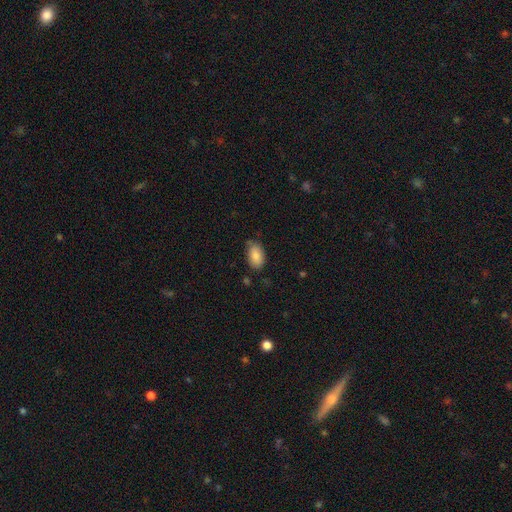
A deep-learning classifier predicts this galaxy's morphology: Smooth or featured? Predicted: smooth (p=0.85). How rounded? Predicted: in between (p=0.92). Merging? Predicted: none (p=0.72).